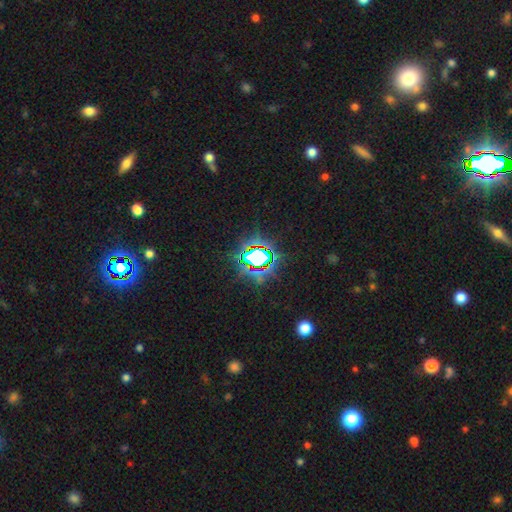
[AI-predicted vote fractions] star or artifact 74%, smooth 15%, featured or disk 11%.